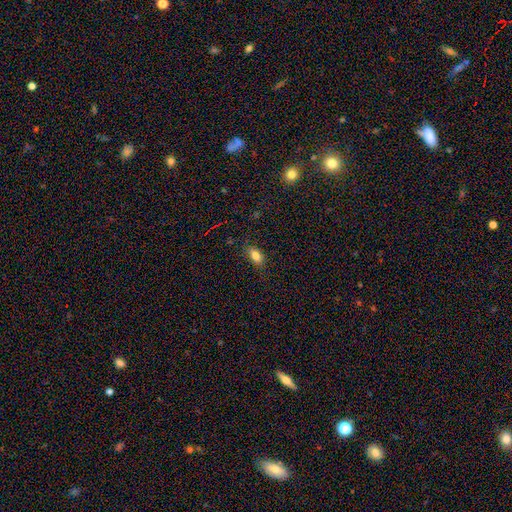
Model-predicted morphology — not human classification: This appears to be a smooth galaxy with no disk features (82%) that is in between round and cigar-shaped (87%). Merging: none (83%).